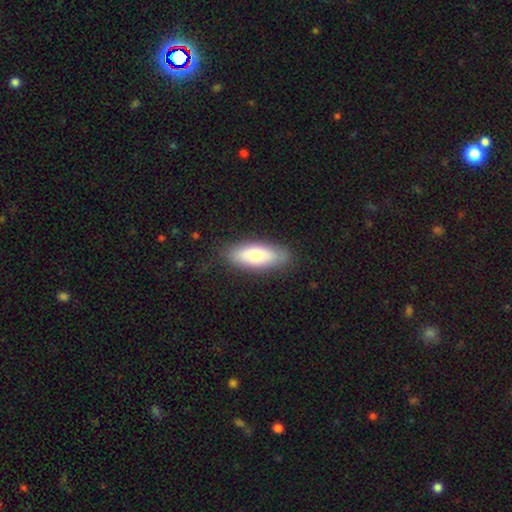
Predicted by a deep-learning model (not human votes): This appears to be a smooth galaxy with no disk features (71%) that is in between round and cigar-shaped (74%). Merging: none (84%).